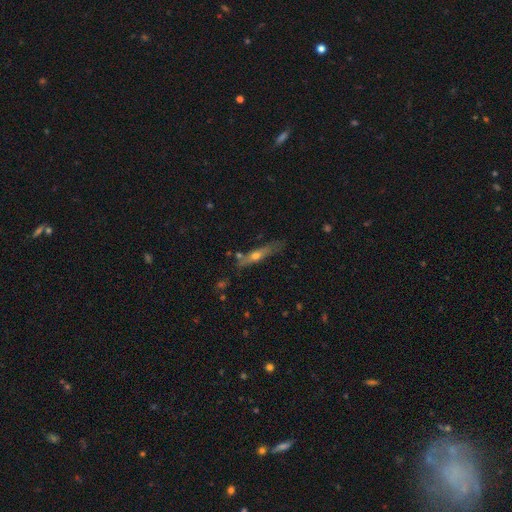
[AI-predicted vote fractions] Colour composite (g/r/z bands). It shows a featured or disk galaxy (49%). Merging: none (67%).